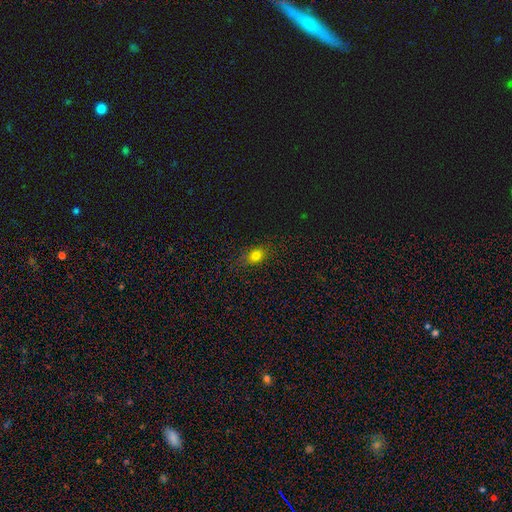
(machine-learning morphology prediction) Smooth or featured?
  - smooth: 74% *
  - star or artifact: 17%
  - featured or disk: 9%
How rounded?
  - in between: 58% *
  - round: 39%
  - cigar-shaped: 3%
Merging?
  - none: 81% *
  - minor disturbance: 14%
  - major disturbance: 4%
  - merger: 1%